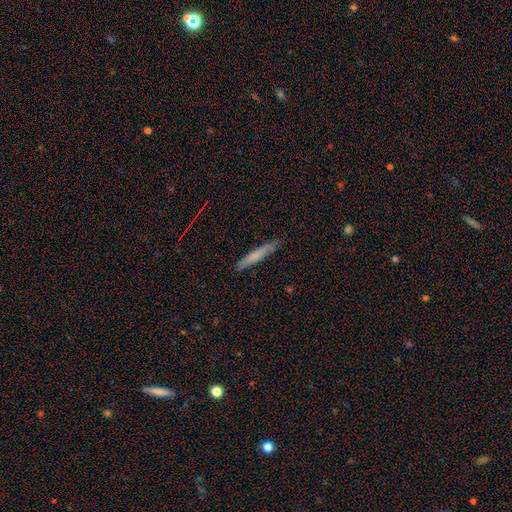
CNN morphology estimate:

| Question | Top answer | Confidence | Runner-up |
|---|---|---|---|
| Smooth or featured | smooth | 65% | featured or disk (28%) |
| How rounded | cigar-shaped | 95% | in between (4%) |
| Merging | none | 88% | minor disturbance (9%) |